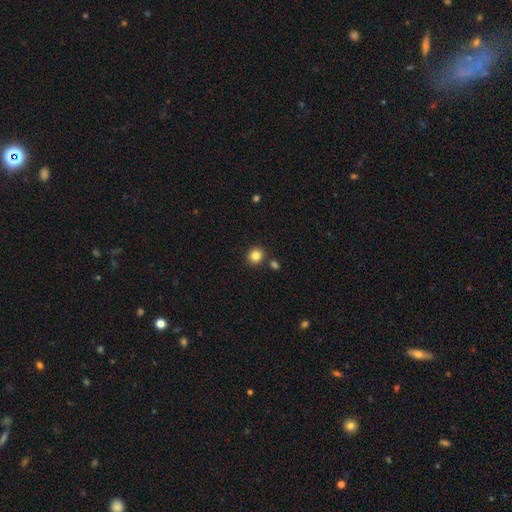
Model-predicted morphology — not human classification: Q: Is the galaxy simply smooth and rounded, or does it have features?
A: smooth — 84%.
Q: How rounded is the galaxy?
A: round — 92%.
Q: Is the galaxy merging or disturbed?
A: none — 86%.